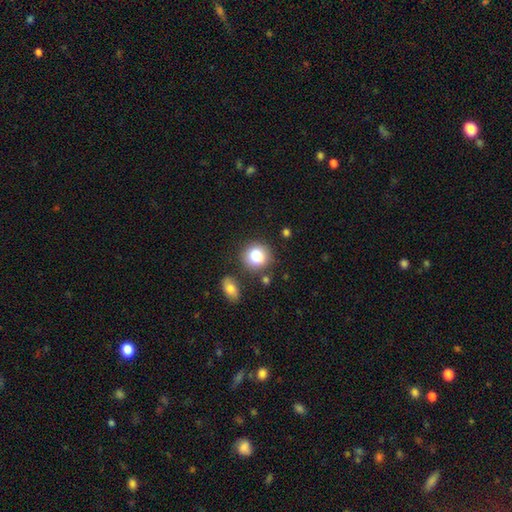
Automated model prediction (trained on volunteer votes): Smooth or featured: smooth — 83% (star or artifact — 9%)
How rounded: round — 84% (in between — 15%)
Merging: none — 77% (minor disturbance — 12%)